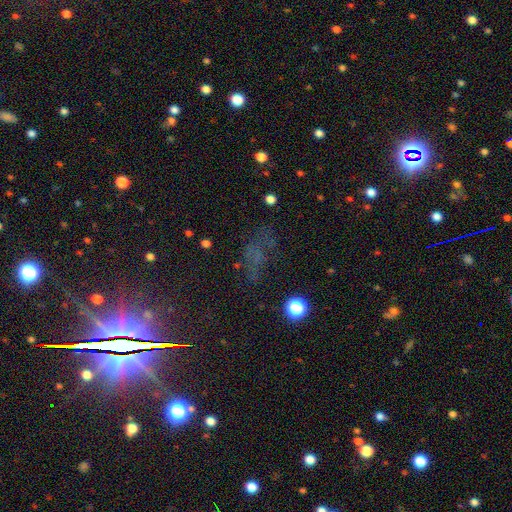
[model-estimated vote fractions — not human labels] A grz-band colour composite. It shows a star or artifact, not a galaxy (55%).